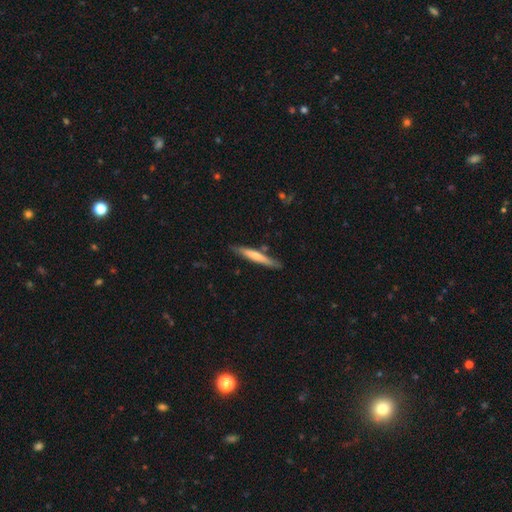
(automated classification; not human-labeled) smooth-or-featured: smooth: 56% | featured or disk: 39% | star or artifact: 5%
  how-rounded: cigar-shaped: 94% | in between: 5% | round: 1%
  merging: none: 81% | minor disturbance: 14% | merger: 3% | major disturbance: 2%